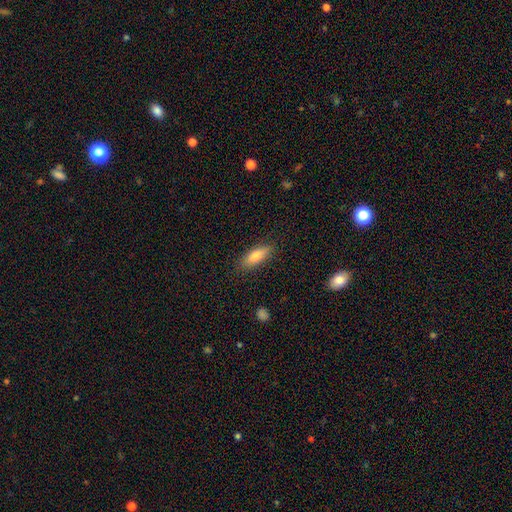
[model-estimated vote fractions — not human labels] A smooth galaxy with no disk features (75%) that is in between round and cigar-shaped (62%).

Vote fractions:
- Smooth or featured? smooth: 75% / featured or disk: 18% / star or artifact: 7%
- How rounded? in between: 62% / cigar-shaped: 36% / round: 3%
- Merging? none: 86% / minor disturbance: 10% / major disturbance: 2% / merger: 1%